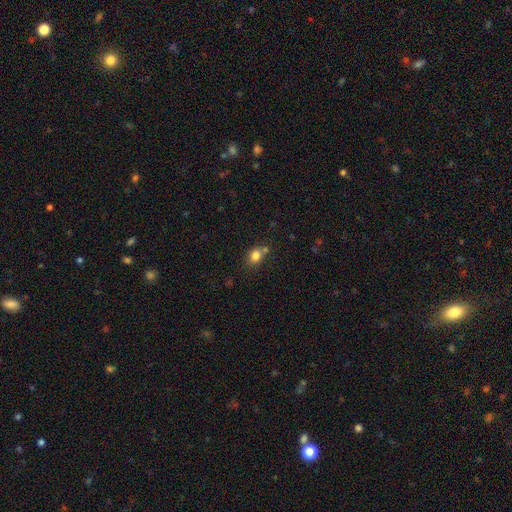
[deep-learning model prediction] A smooth galaxy with no disk features (81%) that is in between round and cigar-shaped (51%).

Vote fractions:
- Smooth or featured? smooth: 81% / star or artifact: 11% / featured or disk: 8%
- How rounded? in between: 51% / round: 48% / cigar-shaped: 1%
- Merging? none: 64% / merger: 17% / minor disturbance: 15% / major disturbance: 4%